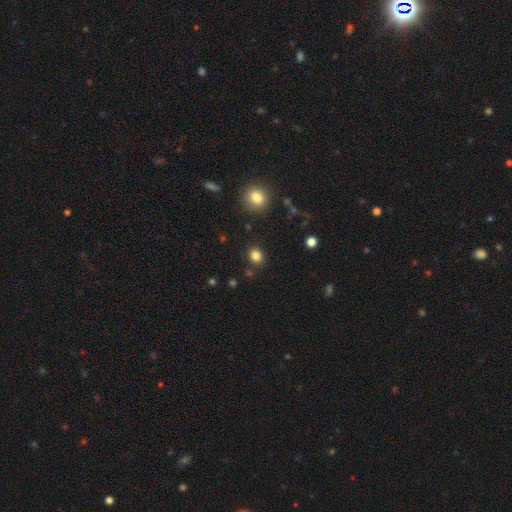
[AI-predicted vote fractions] smooth_or_featured: smooth (p=0.83) [alt: star or artifact p=0.12]
how_rounded: round (p=0.64) [alt: in between p=0.35]
merging: none (p=0.88) [alt: minor disturbance p=0.08]